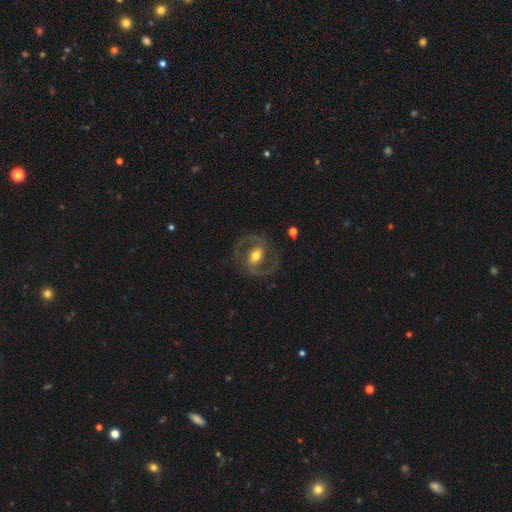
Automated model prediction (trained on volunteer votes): smooth-or-featured: featured or disk: 82% | smooth: 13% | star or artifact: 6%
  disk-edge-on: no: 96% | yes: 4%
    bar: weak: 41% | strong: 33% | no: 26%
    has-spiral-arms: yes: 88% | no: 12%
      spiral-winding: medium: 59% | tight: 23% | loose: 18%
      spiral-arm-count: 2: 91% | can't tell: 4% | 1: 2% | 3: 1% | 4: 1% | more than 4: 1%
    bulge-size: moderate: 68% | small: 15% | large: 14% | dominant: 1% | none: 1%
  merging: none: 80% | minor disturbance: 11% | major disturbance: 8% | merger: 1%